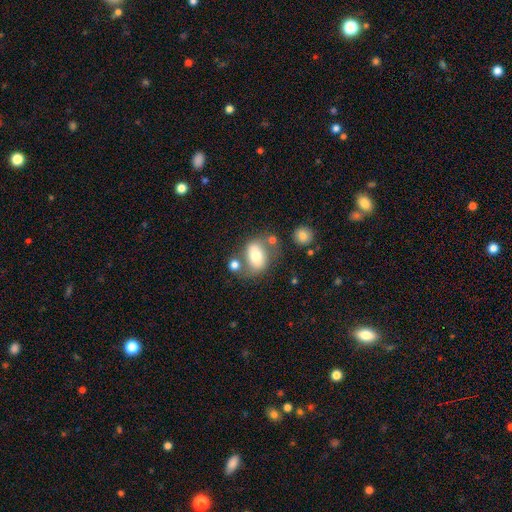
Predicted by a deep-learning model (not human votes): Q: Smooth or featured?
A: smooth (63%); runner-up: featured or disk (29%)
Q: How rounded?
A: in between (74%); runner-up: round (24%)
Q: Merging?
A: none (52%); runner-up: merger (21%)